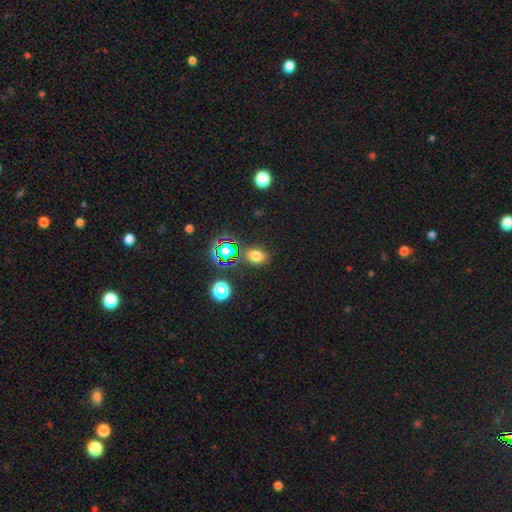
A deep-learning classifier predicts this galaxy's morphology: smooth 69%, star or artifact 23%, featured or disk 7%. Down the decision tree: how rounded — in between (67%); merging — none (81%).